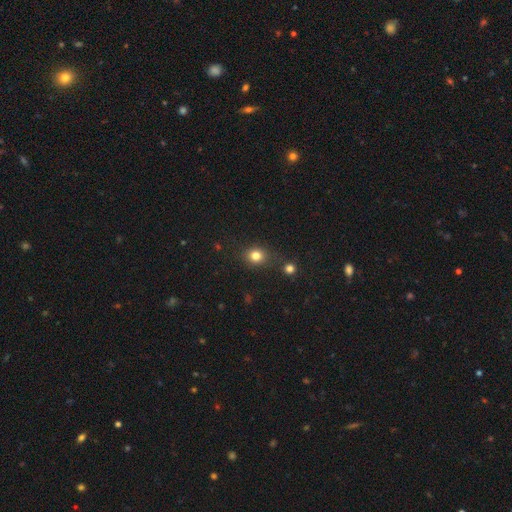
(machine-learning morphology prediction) smooth 81%, star or artifact 13%, featured or disk 6%. Down the decision tree: how rounded — round (72%); merging — none (77%).